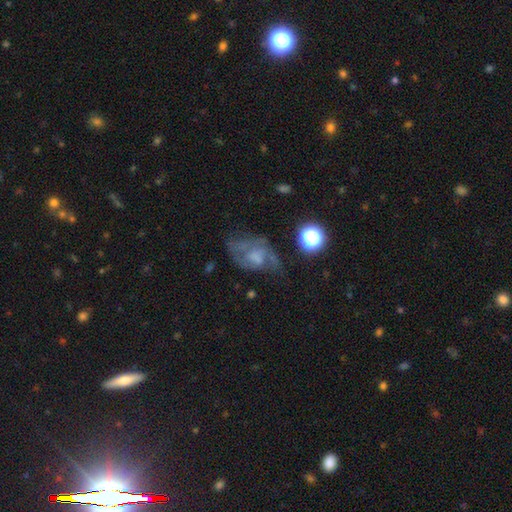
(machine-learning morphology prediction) Smooth or featured?
  - featured or disk: 56% *
  - smooth: 29%
  - star or artifact: 15%
Edge-on disk?
  - no: 96% *
  - yes: 4%
Bar?
  - no: 72% *
  - weak: 24%
  - strong: 5%
Spiral arms?
  - yes: 58% *
  - no: 42%
Bulge size?
  - none: 39% *
  - moderate: 26%
  - small: 22%
  - large: 10%
  - dominant: 2%
Merging?
  - none: 38% *
  - major disturbance: 33%
  - minor disturbance: 23%
  - merger: 6%